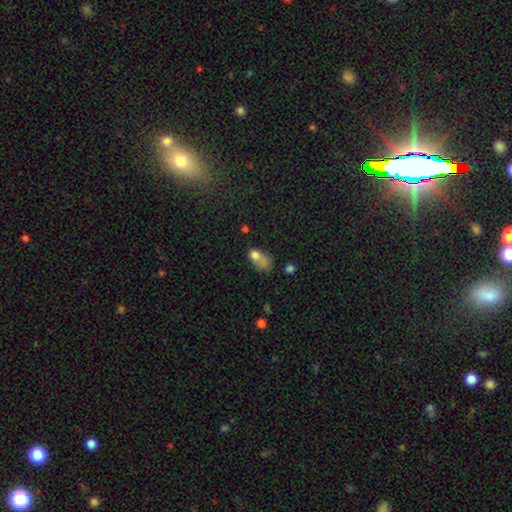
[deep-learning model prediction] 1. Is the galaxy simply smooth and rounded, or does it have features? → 71% smooth, 16% featured or disk, 13% star or artifact.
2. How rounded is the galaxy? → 74% in between, 23% round, 3% cigar-shaped.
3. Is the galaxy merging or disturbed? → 37% merger, 23% none, 20% minor disturbance, 20% major disturbance.